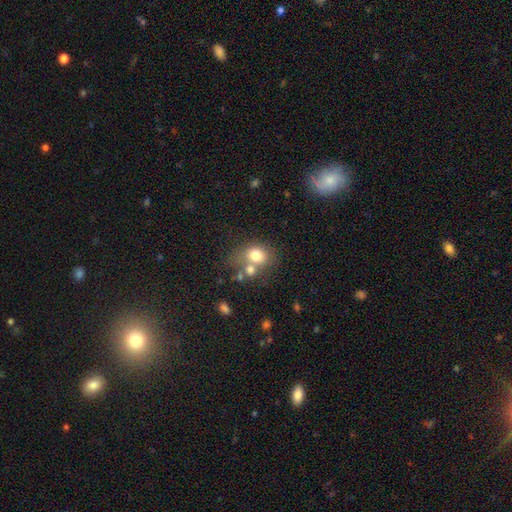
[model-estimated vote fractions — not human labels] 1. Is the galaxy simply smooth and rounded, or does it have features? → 74% smooth, 16% featured or disk, 11% star or artifact.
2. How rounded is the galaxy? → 54% round, 45% in between, 1% cigar-shaped.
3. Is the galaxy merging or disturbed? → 41% merger, 38% none, 13% minor disturbance, 8% major disturbance.